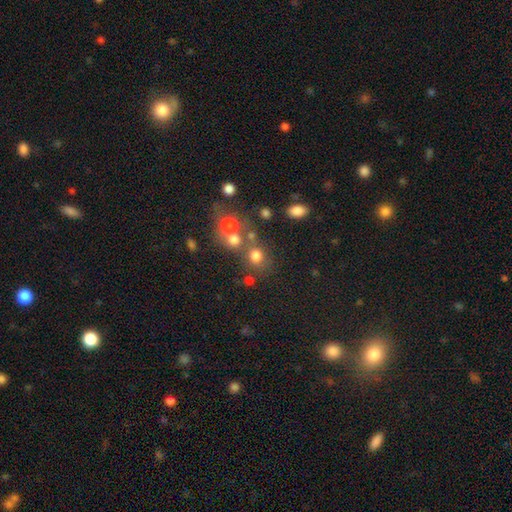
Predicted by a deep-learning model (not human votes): The model was most divided on "merging": none: 55%, merger: 27%, minor disturbance: 11%, major disturbance: 7%. More confident: how rounded — round (80%); smooth or featured — smooth (73%).